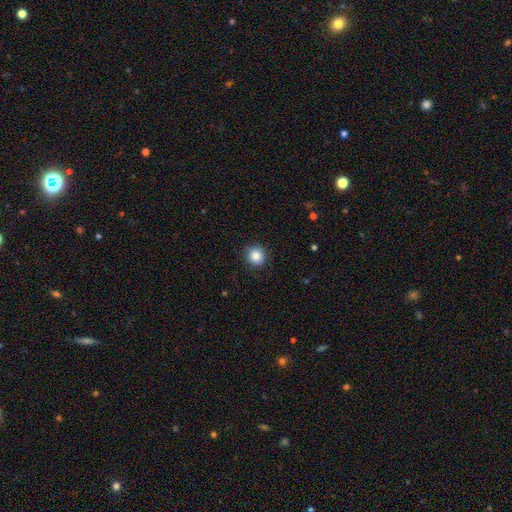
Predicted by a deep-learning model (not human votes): Overall: smooth (85%). How rounded: round (91%). Merging: none (90%).